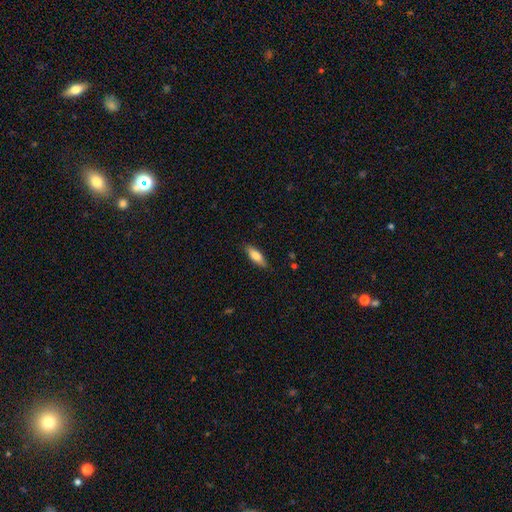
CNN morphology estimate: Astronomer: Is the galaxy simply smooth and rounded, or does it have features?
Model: smooth — 74%.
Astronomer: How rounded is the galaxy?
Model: in between — 54% (runner-up: cigar-shaped, 44%).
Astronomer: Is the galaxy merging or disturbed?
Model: none — 84%.